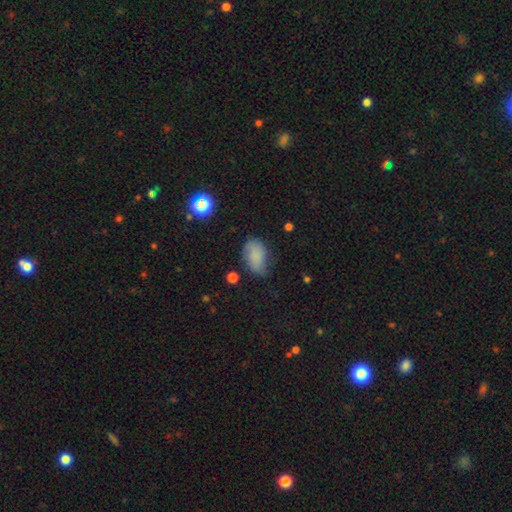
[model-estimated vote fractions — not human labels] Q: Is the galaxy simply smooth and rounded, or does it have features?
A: smooth — 79%.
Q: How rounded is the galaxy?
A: in between — 90%.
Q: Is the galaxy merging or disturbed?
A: none — 59%.